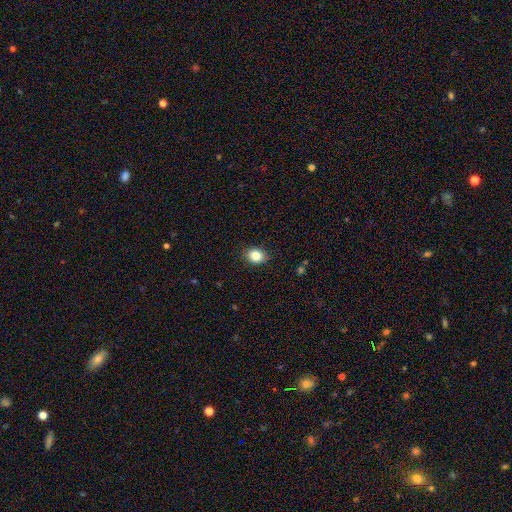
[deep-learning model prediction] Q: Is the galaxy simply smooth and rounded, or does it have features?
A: smooth — 84%.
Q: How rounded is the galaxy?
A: in between — 50%.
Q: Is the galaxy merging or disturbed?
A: none — 89%.